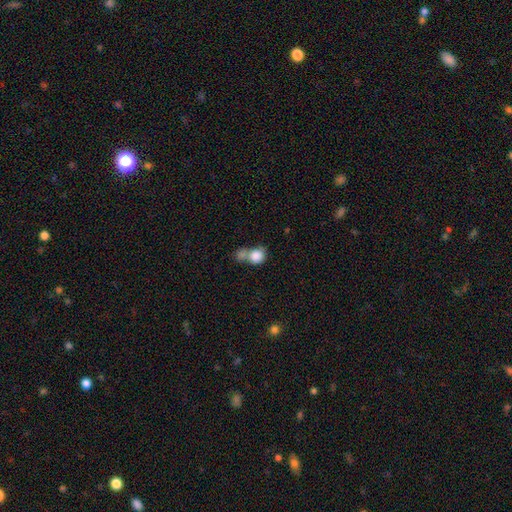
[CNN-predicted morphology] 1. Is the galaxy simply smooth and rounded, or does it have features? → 83% smooth, 9% featured or disk, 8% star or artifact.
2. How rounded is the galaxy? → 71% round, 28% in between, 1% cigar-shaped.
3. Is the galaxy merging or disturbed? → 59% merger, 25% none, 9% minor disturbance, 7% major disturbance.